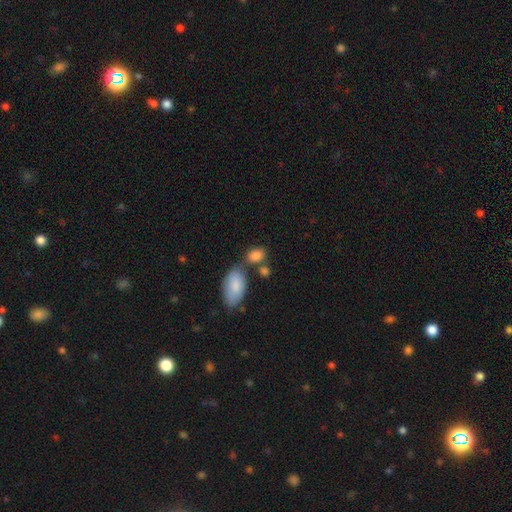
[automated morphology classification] The model was most divided on "merging": none: 50%, merger: 29%, minor disturbance: 15%, major disturbance: 6%. More confident: smooth or featured — smooth (85%); how rounded — in between (82%).